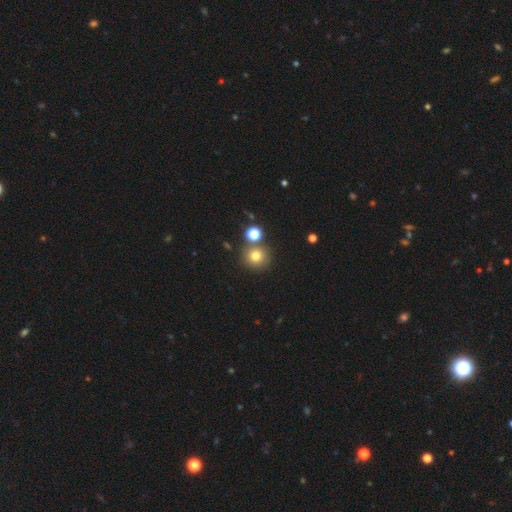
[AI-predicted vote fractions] The model was most divided on "smooth or featured": smooth: 76%, star or artifact: 15%, featured or disk: 8%. More confident: how rounded — round (92%); merging — none (75%).